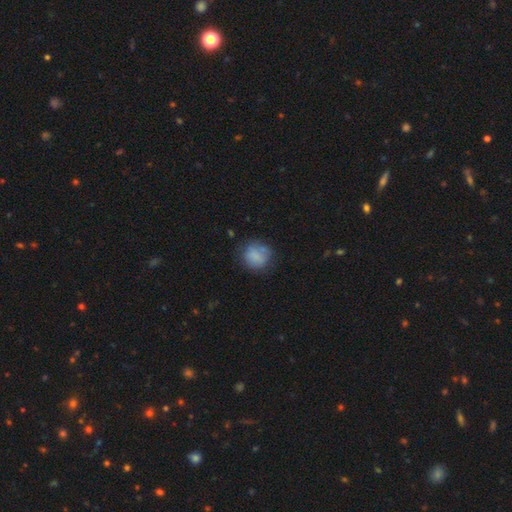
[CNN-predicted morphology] smooth-or-featured: smooth: 78% | featured or disk: 13% | star or artifact: 8%
  how-rounded: round: 80% | in between: 19% | cigar-shaped: 1%
  merging: none: 63% | minor disturbance: 23% | major disturbance: 9% | merger: 4%